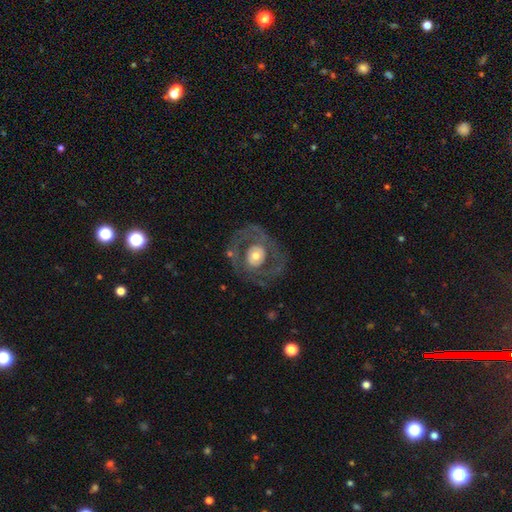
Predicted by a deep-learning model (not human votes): Smooth or featured? Predicted: featured or disk (p=0.67). Edge-on disk? Predicted: no (p=0.96). Bar? Predicted: no (p=0.77). Spiral arms? Predicted: no (p=0.52). Bulge size? Predicted: moderate (p=0.59). Merging? Predicted: none (p=0.70).